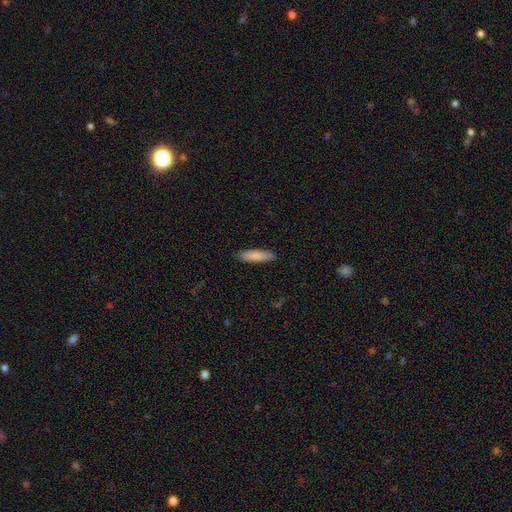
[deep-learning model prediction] smooth 85%, featured or disk 10%, star or artifact 5%. Down the decision tree: how rounded — cigar-shaped (70%); merging — none (88%).